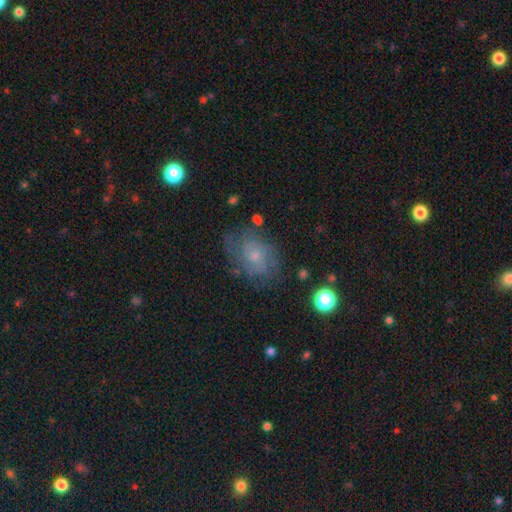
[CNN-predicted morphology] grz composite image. It shows a featured or disk galaxy (49%). Merging: none (64%).